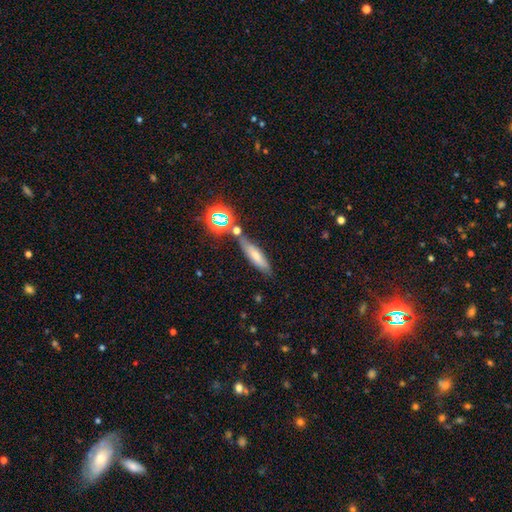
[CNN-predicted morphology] type=smooth (63%); roundness=cigar-shaped (71%); merging=none (68%).